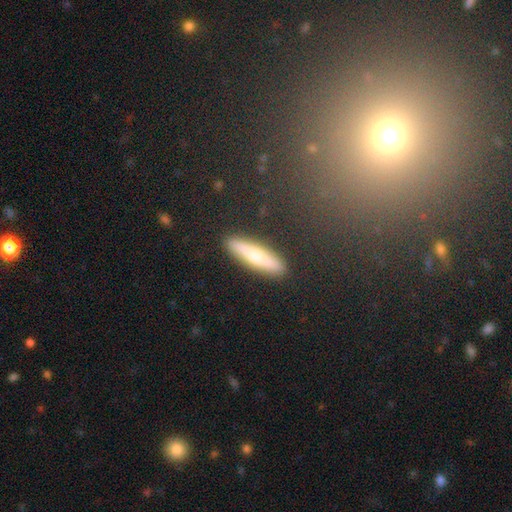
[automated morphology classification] smooth-or-featured: smooth: 60% | featured or disk: 33% | star or artifact: 6%
  how-rounded: cigar-shaped: 82% | in between: 16% | round: 2%
  merging: none: 89% | minor disturbance: 8% | major disturbance: 2% | merger: 2%